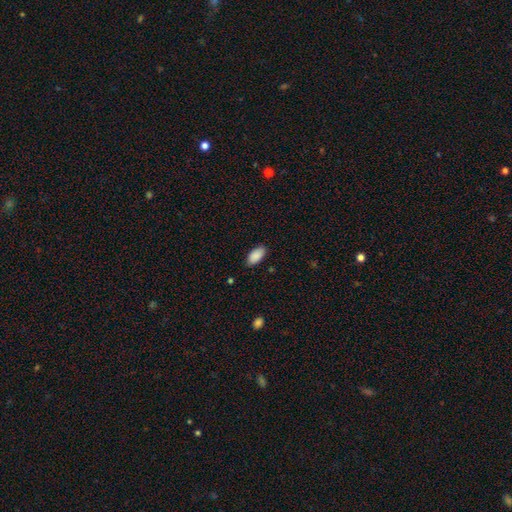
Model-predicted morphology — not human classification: smooth_or_featured: smooth (p=0.90) [alt: star or artifact p=0.06]
how_rounded: in between (p=0.94) [alt: cigar-shaped p=0.04]
merging: none (p=0.86) [alt: minor disturbance p=0.11]